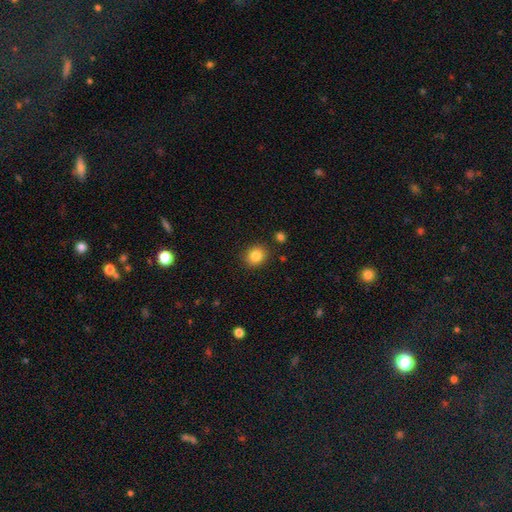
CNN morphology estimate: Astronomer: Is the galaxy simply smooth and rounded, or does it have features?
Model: smooth — 84%.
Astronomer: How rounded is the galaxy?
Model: round — 70%.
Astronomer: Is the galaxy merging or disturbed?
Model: none — 87%.